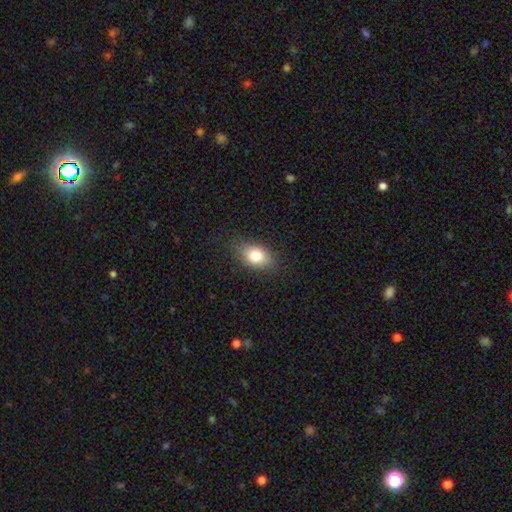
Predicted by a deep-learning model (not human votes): This appears to be a smooth galaxy with no disk features (78%) that is in between round and cigar-shaped (74%). Merging: none (80%).